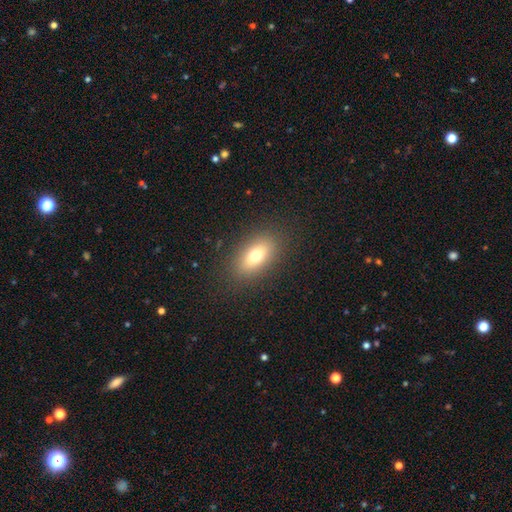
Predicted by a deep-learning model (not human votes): smooth 72%, featured or disk 17%, star or artifact 11%. Down the decision tree: how rounded — in between (85%); merging — none (87%).